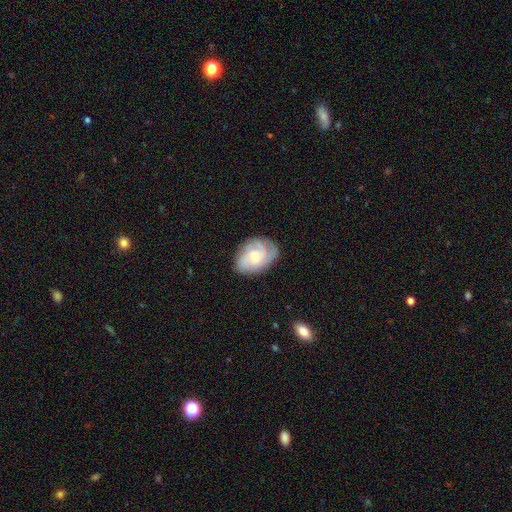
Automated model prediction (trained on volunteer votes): Smooth or featured? Predicted: featured or disk (p=0.58). Edge-on disk? Predicted: no (p=0.96). Bar? Predicted: no (p=0.64). Spiral arms? Predicted: yes (p=0.85). Bulge size? Predicted: moderate (p=0.47). Merging? Predicted: none (p=0.70).